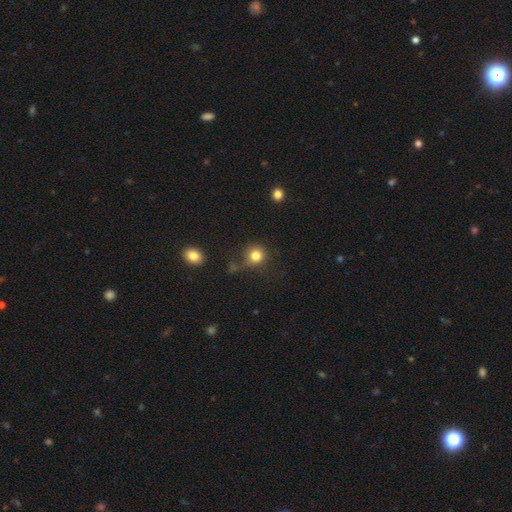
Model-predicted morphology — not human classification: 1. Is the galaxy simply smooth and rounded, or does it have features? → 83% smooth, 11% star or artifact, 6% featured or disk.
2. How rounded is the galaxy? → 89% round, 10% in between, 1% cigar-shaped.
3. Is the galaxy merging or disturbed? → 74% none, 14% minor disturbance, 6% major disturbance, 6% merger.